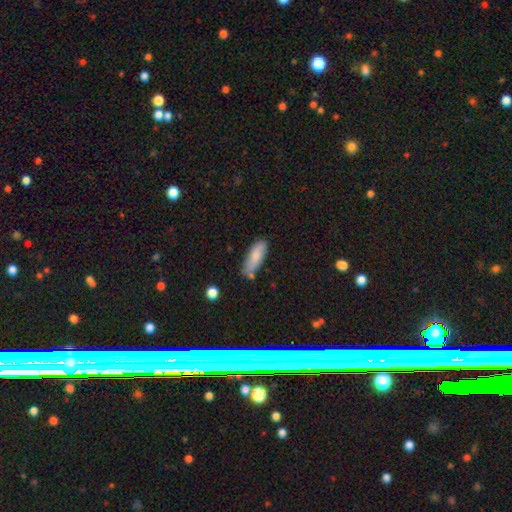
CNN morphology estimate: Overall: smooth (80%). How rounded: in between (61%; cigar-shaped 37%). Merging: none (68%).